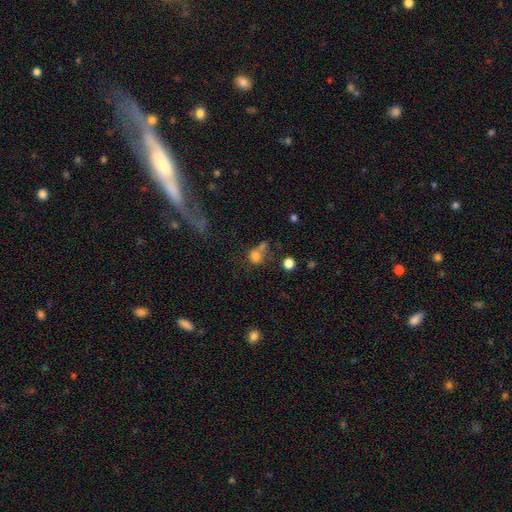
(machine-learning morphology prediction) This is likely a smooth galaxy (73%). How rounded: likely round (65%). Merging: marginally none (38%).